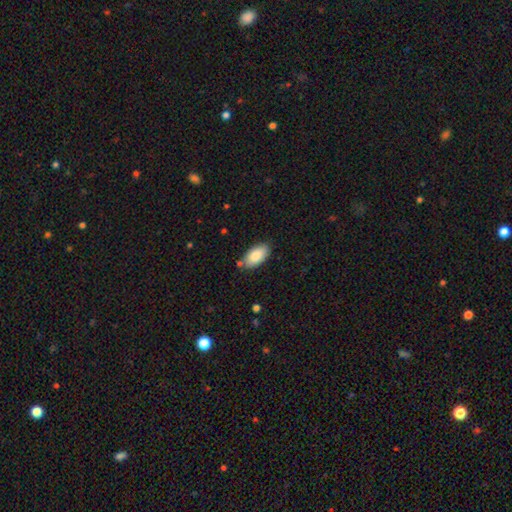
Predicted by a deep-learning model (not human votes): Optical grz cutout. It shows a smooth galaxy with no disk features (83%) that is in between round and cigar-shaped (94%). Merging: none (81%).